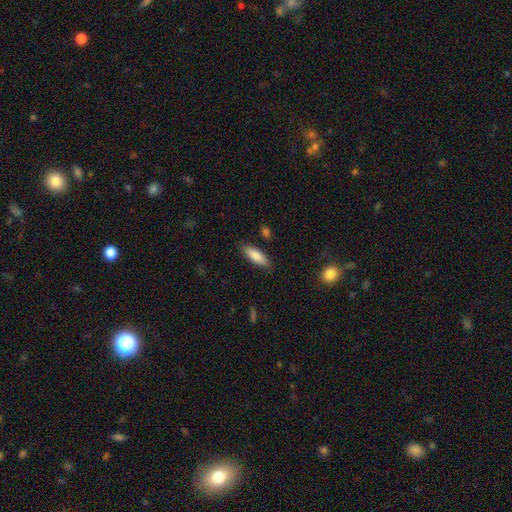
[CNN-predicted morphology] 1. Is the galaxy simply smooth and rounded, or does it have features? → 83% smooth, 11% featured or disk, 6% star or artifact.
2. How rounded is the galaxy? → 56% in between, 43% cigar-shaped, 2% round.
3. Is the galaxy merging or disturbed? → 85% none, 11% minor disturbance, 2% major disturbance, 2% merger.